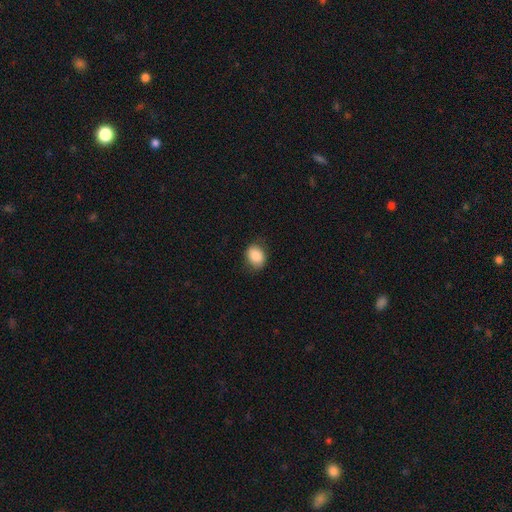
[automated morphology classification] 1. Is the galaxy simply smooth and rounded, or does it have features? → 87% smooth, 8% star or artifact, 5% featured or disk.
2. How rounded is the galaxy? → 56% in between, 43% round, 1% cigar-shaped.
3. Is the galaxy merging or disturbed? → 78% none, 17% minor disturbance, 4% major disturbance, 1% merger.